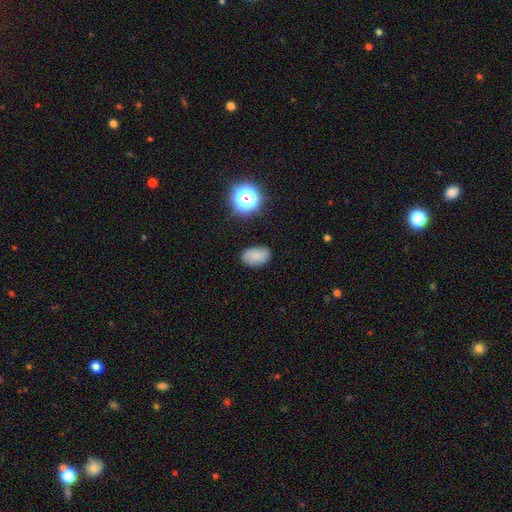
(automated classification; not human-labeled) Morphology: type=smooth (74%); roundness=in between (87%); merging=none (81%).